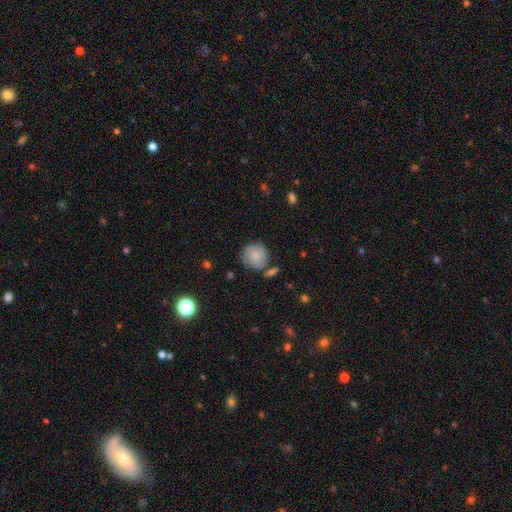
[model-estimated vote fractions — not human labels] smooth 77%, featured or disk 16%, star or artifact 7%. Down the decision tree: how rounded — round (88%); merging — none (63%).